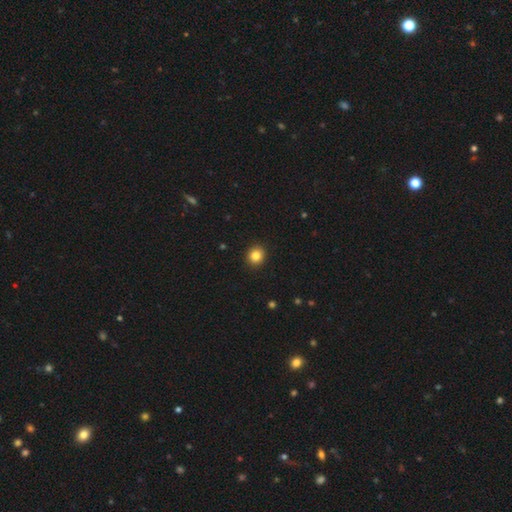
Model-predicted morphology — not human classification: This appears to be a smooth galaxy with no disk features (84%) that is round (84%). Merging: none (92%).